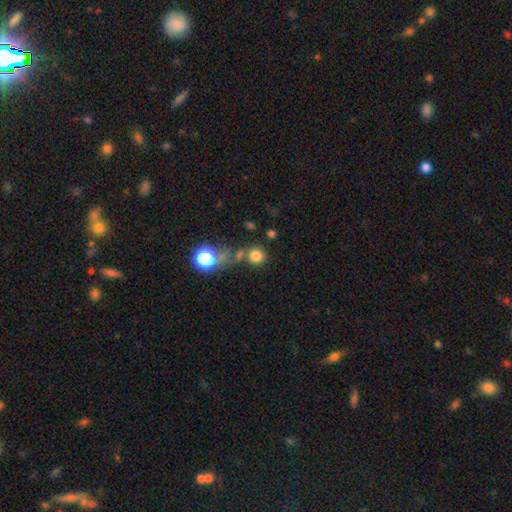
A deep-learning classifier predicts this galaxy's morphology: Overall: smooth (78%). How rounded: round (90%). Merging: none (67%).